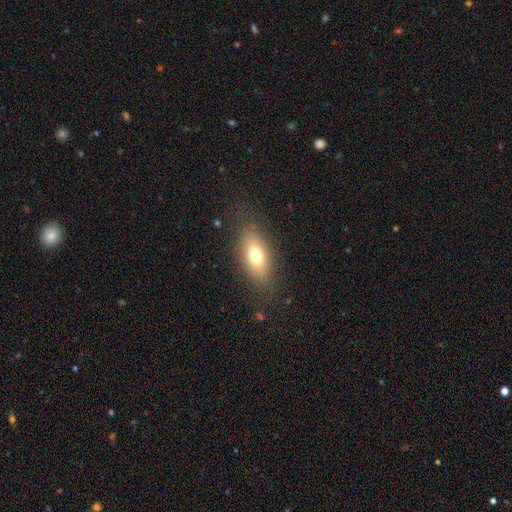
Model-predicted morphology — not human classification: Smooth or featured? Predicted: smooth (p=0.72). How rounded? Predicted: in between (p=0.81). Merging? Predicted: none (p=0.81).